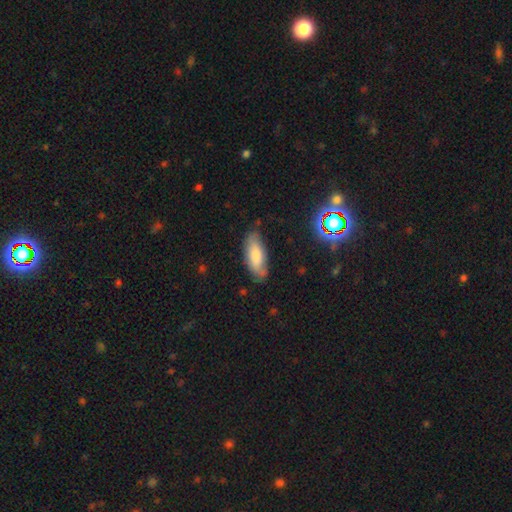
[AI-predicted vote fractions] Smooth or featured?
  - smooth: 76% *
  - featured or disk: 17%
  - star or artifact: 7%
How rounded?
  - in between: 79% *
  - cigar-shaped: 19%
  - round: 2%
Merging?
  - none: 75% *
  - minor disturbance: 19%
  - major disturbance: 4%
  - merger: 2%